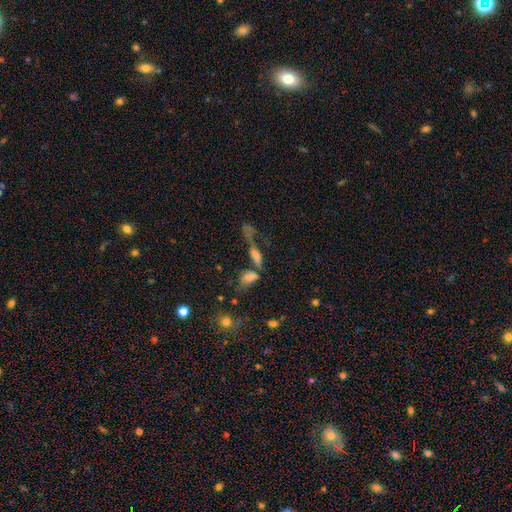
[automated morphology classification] Smooth or featured? Predicted: smooth (p=0.48). Merging? Predicted: merger (p=0.44).